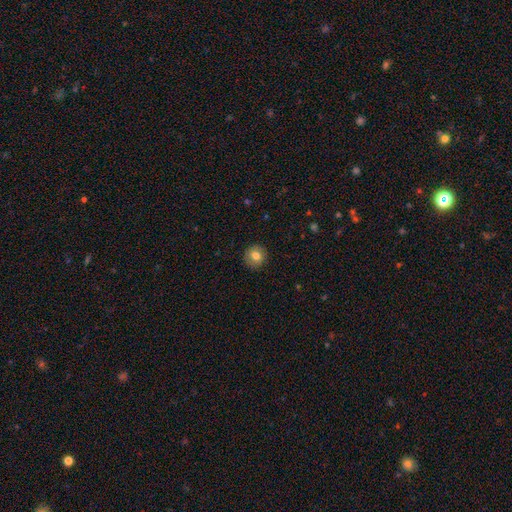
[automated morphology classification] type=smooth (79%); roundness=round (93%); merging=none (90%).